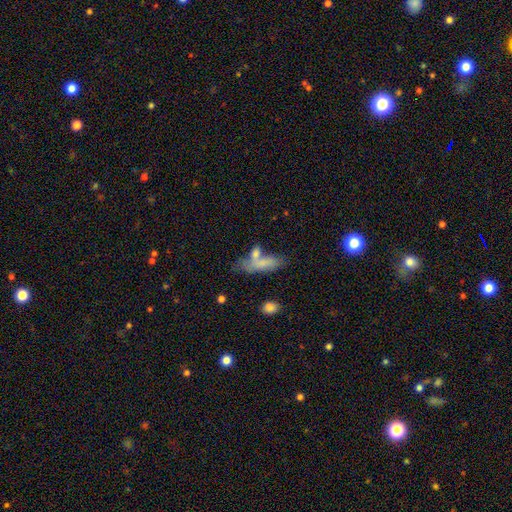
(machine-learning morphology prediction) This is likely a smooth galaxy (65%). How rounded: possibly in between (50%). Merging: marginally none (43%).